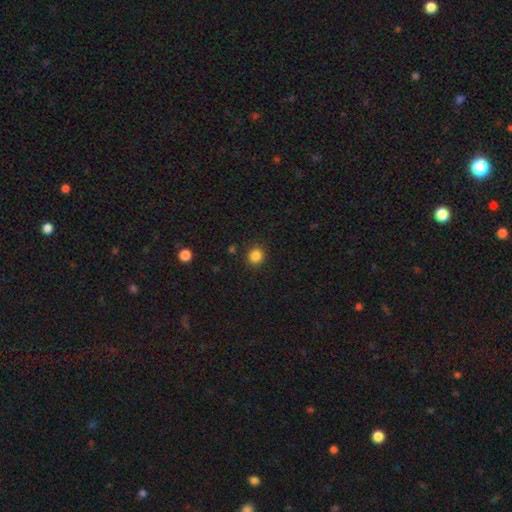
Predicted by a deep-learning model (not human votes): The model was most divided on "smooth or featured": smooth: 85%, star or artifact: 12%, featured or disk: 3%. More confident: merging — none (90%); how rounded — round (88%).